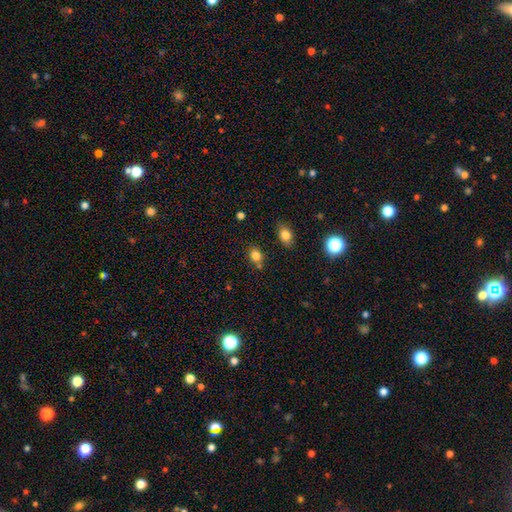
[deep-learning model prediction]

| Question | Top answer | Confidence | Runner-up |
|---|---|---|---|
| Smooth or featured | smooth | 81% | star or artifact (12%) |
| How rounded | round | 52% | in between (47%) |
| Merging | none | 68% | merger (14%) |